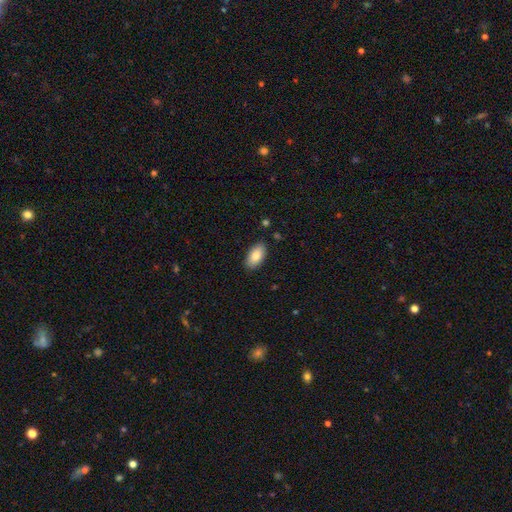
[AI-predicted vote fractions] Q: Smooth or featured?
A: smooth (84%); runner-up: featured or disk (9%)
Q: How rounded?
A: in between (94%); runner-up: cigar-shaped (3%)
Q: Merging?
A: none (86%); runner-up: minor disturbance (10%)